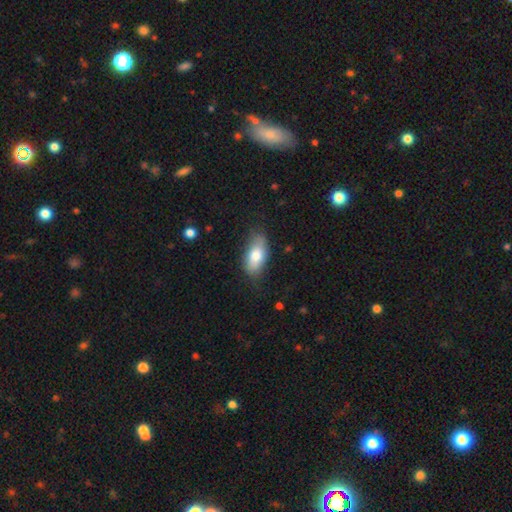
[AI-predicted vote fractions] This is likely a smooth galaxy (75%). How rounded: clearly in between (90%). Merging: likely none (72%).